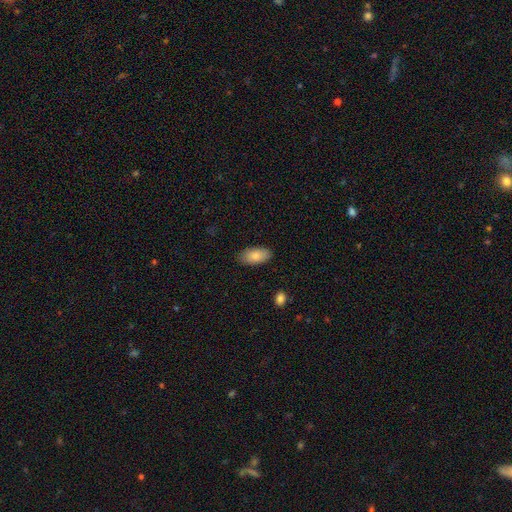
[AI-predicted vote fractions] Smooth or featured? smooth (83%)
How rounded? in between (94%)
Merging? none (86%)